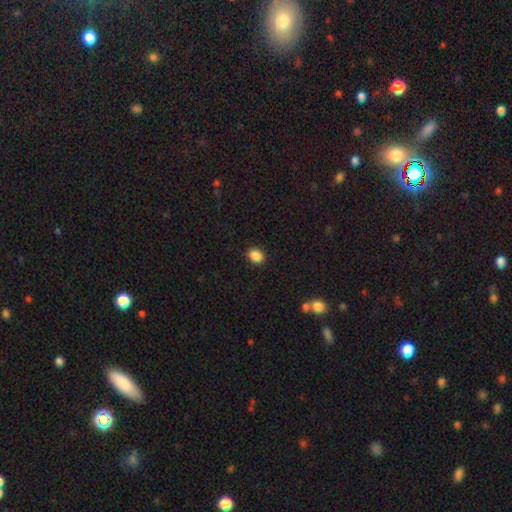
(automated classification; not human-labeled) Smooth or featured?
  - smooth: 88% *
  - star or artifact: 9%
  - featured or disk: 3%
How rounded?
  - round: 55% *
  - in between: 44%
  - cigar-shaped: 1%
Merging?
  - none: 90% *
  - minor disturbance: 7%
  - major disturbance: 2%
  - merger: 1%